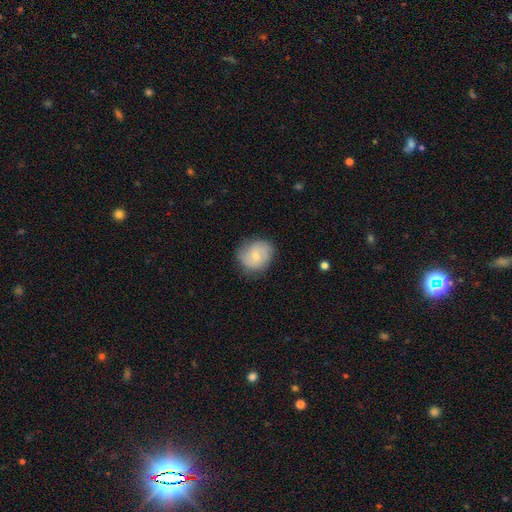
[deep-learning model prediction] Overall: smooth (48%; featured or disk 45%). Merging: none (77%).